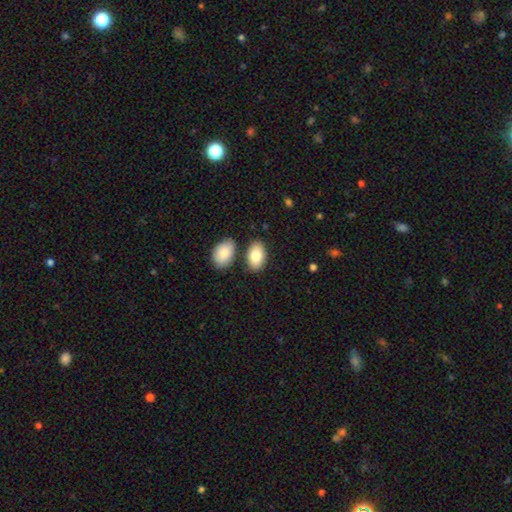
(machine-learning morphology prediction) smooth_or_featured: smooth (p=0.82) [alt: featured or disk p=0.12]
how_rounded: in between (p=0.93) [alt: round p=0.06]
merging: none (p=0.74) [alt: merger p=0.13]